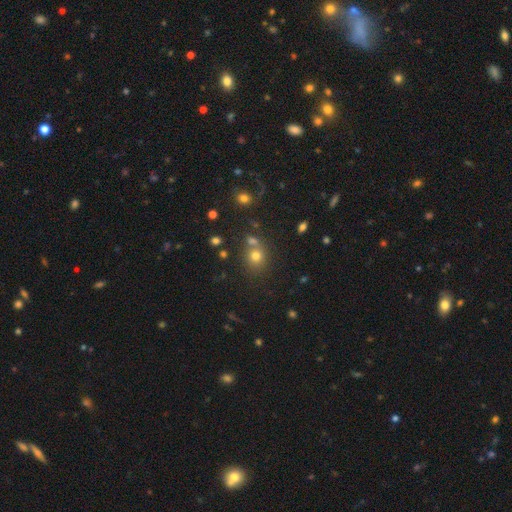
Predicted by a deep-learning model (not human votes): Q: Smooth or featured?
A: smooth (71%); runner-up: star or artifact (19%)
Q: How rounded?
A: round (78%); runner-up: in between (21%)
Q: Merging?
A: none (60%); runner-up: merger (26%)